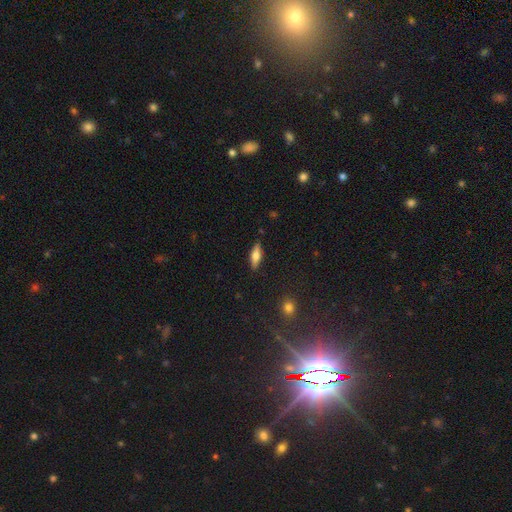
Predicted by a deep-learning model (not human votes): A smooth galaxy with no disk features (52%) that is in between round and cigar-shaped (50%). Merging: none (88%).